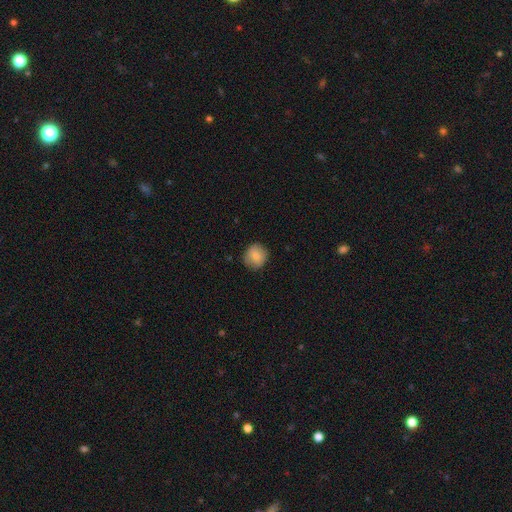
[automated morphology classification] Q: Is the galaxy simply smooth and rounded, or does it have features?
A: smooth — 81%.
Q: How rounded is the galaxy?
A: round — 88%.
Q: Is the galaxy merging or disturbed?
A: none — 84%.